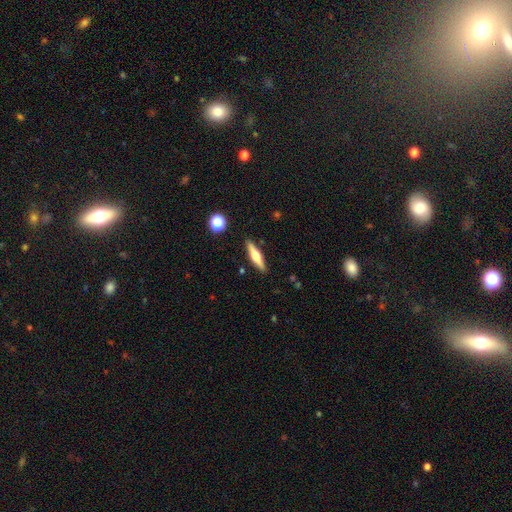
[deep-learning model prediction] Overall: featured or disk (56%; smooth 38%). Edge-on disk: yes (95%). Edge-on bulge: rounded (91%). Merging: none (89%).